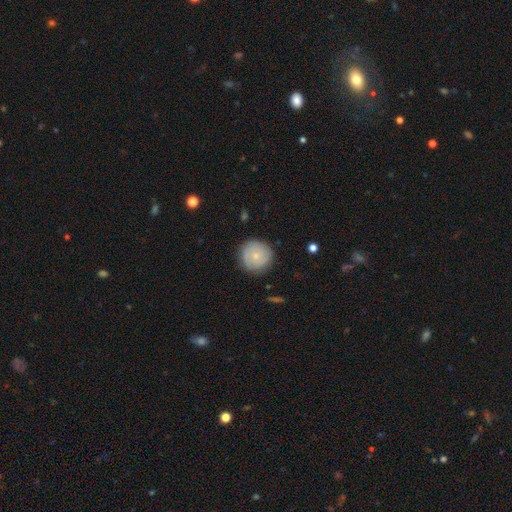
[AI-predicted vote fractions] A smooth galaxy with no disk features (53%) that is round (94%). Merging: none (85%).